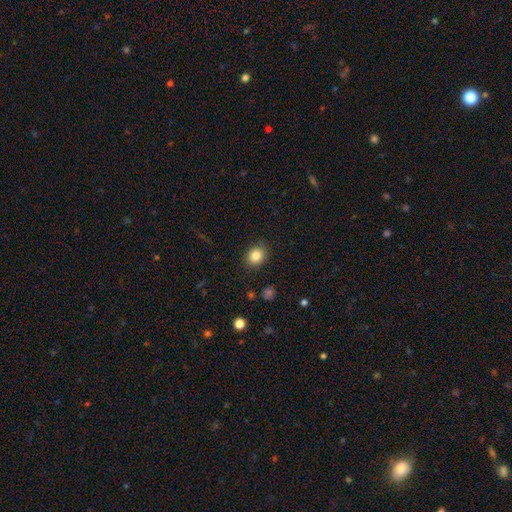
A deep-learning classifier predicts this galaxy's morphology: Smooth or featured?
  - smooth: 84% *
  - star or artifact: 10%
  - featured or disk: 6%
How rounded?
  - round: 59% *
  - in between: 40%
  - cigar-shaped: 1%
Merging?
  - none: 88% *
  - minor disturbance: 9%
  - major disturbance: 3%
  - merger: 1%